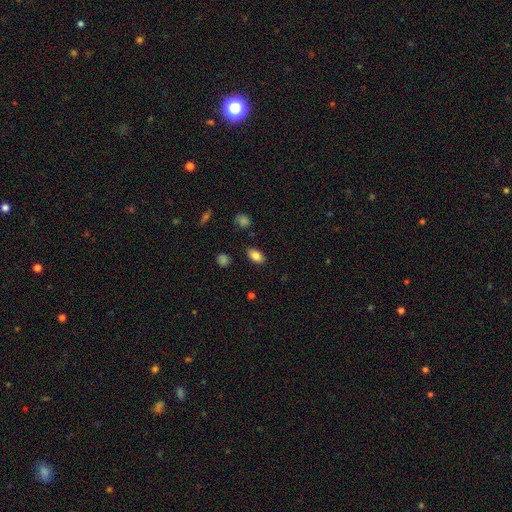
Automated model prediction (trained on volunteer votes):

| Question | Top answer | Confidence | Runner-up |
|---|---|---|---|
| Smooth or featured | smooth | 84% | star or artifact (9%) |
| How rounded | in between | 91% | round (6%) |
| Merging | none | 86% | minor disturbance (10%) |